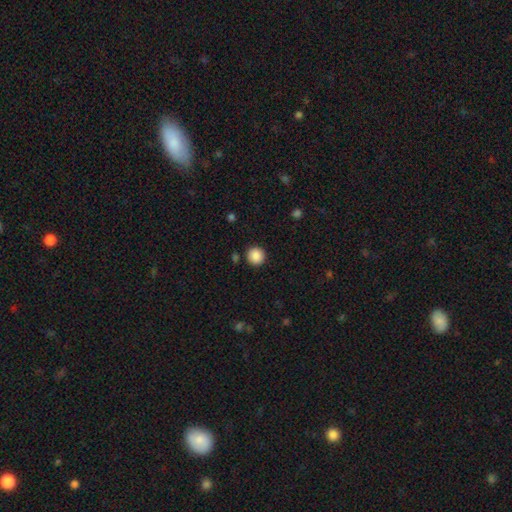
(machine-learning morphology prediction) Smooth or featured?
  - smooth: 89% *
  - star or artifact: 9%
  - featured or disk: 3%
How rounded?
  - round: 94% *
  - in between: 5%
  - cigar-shaped: 1%
Merging?
  - none: 90% *
  - minor disturbance: 6%
  - major disturbance: 2%
  - merger: 2%